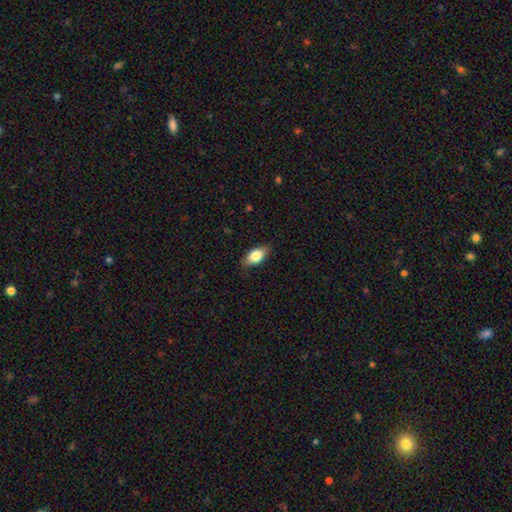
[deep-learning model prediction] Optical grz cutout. It shows a smooth galaxy with no disk features (79%) that is in between round and cigar-shaped (88%). Merging: none (84%).